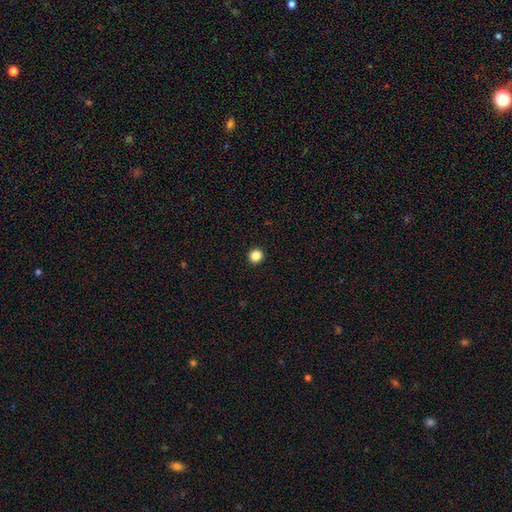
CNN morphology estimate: A smooth galaxy with no disk features (87%) that is round (92%). Merging: none (94%).